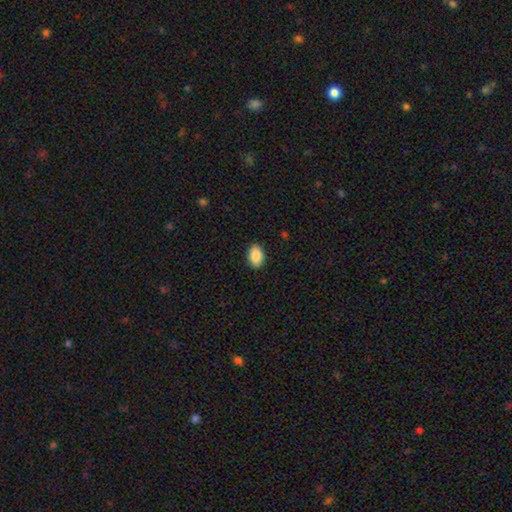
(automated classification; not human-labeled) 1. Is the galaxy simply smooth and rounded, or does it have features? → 90% smooth, 7% star or artifact, 3% featured or disk.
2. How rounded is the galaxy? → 88% in between, 11% round, 1% cigar-shaped.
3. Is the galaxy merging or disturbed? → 90% none, 7% minor disturbance, 2% major disturbance, 1% merger.